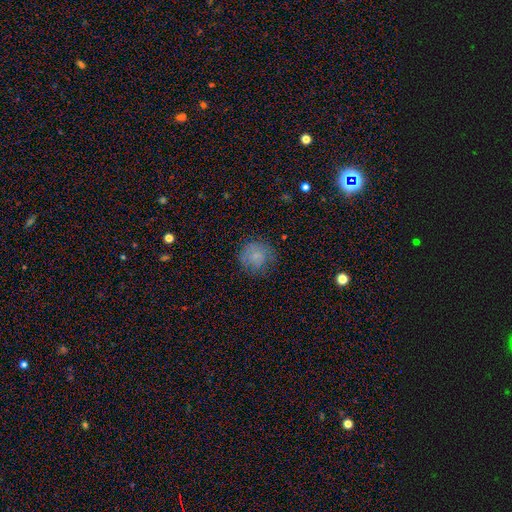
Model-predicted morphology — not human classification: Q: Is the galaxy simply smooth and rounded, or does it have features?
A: smooth — 75%.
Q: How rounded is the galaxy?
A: round — 89%.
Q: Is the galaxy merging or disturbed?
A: none — 74%.